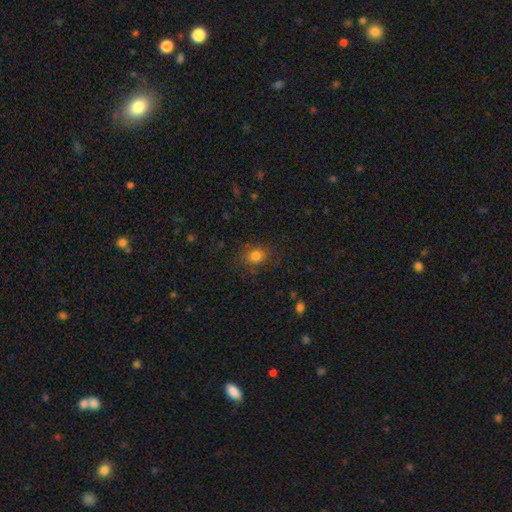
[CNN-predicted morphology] smooth_or_featured: smooth (p=0.79) [alt: star or artifact p=0.13]
how_rounded: round (p=0.56) [alt: in between p=0.43]
merging: none (p=0.79) [alt: minor disturbance p=0.14]